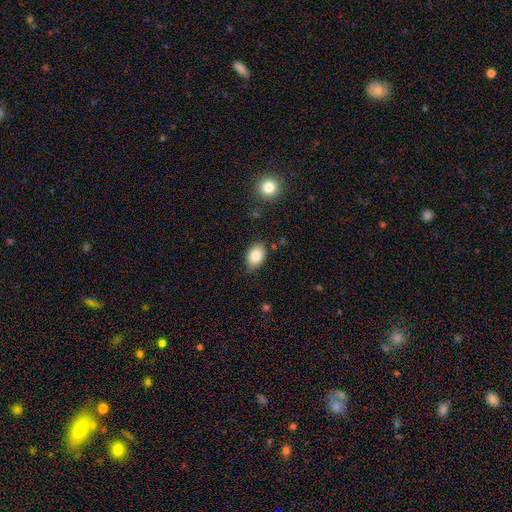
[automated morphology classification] A smooth galaxy with no disk features (84%) that is in between round and cigar-shaped (86%).

Vote fractions:
- Smooth or featured? smooth: 84% / featured or disk: 8% / star or artifact: 8%
- How rounded? in between: 86% / round: 13% / cigar-shaped: 1%
- Merging? none: 83% / minor disturbance: 13% / major disturbance: 3% / merger: 2%